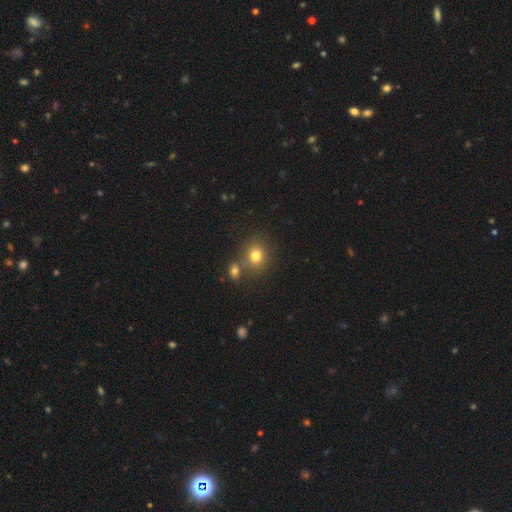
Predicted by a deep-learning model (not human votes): Overall: smooth (77%). How rounded: round (74%). Merging: none (65%).